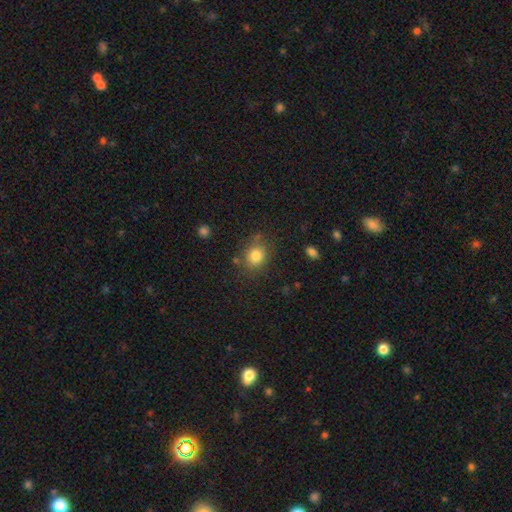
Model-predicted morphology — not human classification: This appears to be a smooth galaxy with no disk features (82%) that is round (69%). Merging: none (76%).